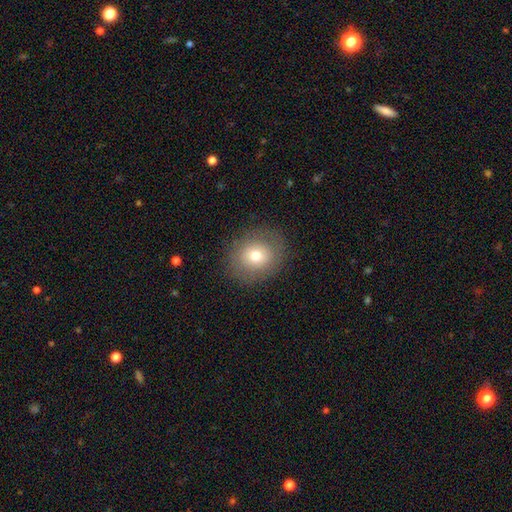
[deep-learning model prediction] A smooth galaxy with no disk features (73%) that is round (69%). Merging: none (85%).